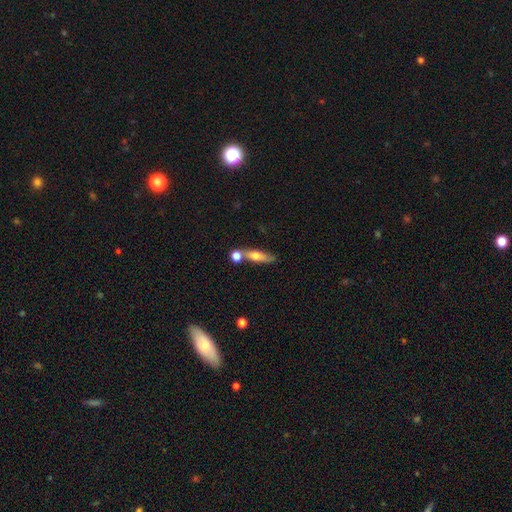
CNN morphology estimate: smooth 61%, featured or disk 32%, star or artifact 8%. Down the decision tree: how rounded — cigar-shaped (60%); merging — none (57%).